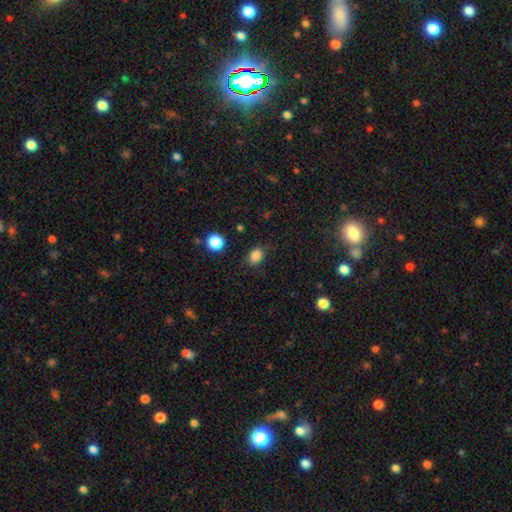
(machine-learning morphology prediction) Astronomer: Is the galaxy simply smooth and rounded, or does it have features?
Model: smooth — 84%.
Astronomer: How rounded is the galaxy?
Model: in between — 65%.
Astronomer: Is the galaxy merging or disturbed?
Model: none — 81%.